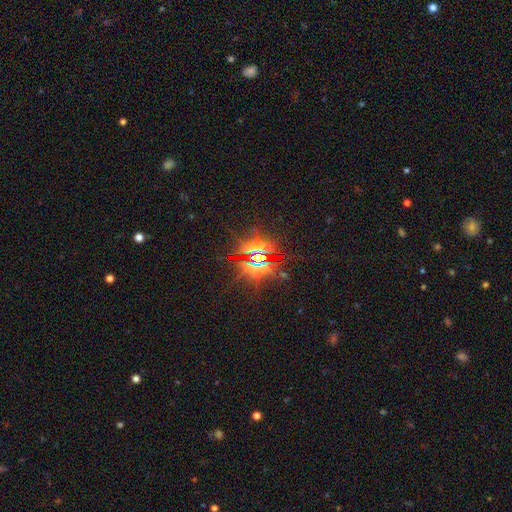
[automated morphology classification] A star or artifact, not a galaxy (83%).

Vote fractions:
- Smooth or featured? star or artifact: 83% / featured or disk: 9% / smooth: 8%